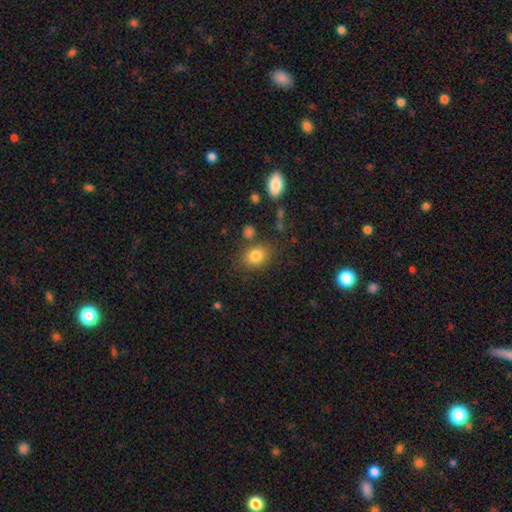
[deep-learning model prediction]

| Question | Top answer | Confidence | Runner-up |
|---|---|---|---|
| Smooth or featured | smooth | 81% | star or artifact (11%) |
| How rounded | in between | 53% | round (46%) |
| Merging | none | 77% | minor disturbance (13%) |